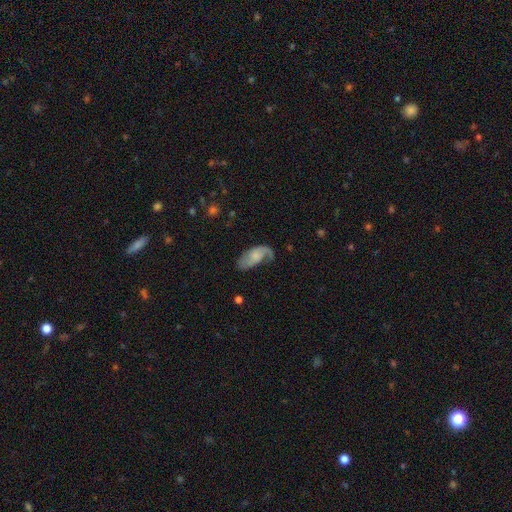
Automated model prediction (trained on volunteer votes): Smooth or featured?
  - featured or disk: 58% *
  - smooth: 35%
  - star or artifact: 7%
Edge-on disk?
  - no: 94% *
  - yes: 6%
Bar?
  - no: 64% *
  - weak: 30%
  - strong: 6%
Spiral arms?
  - yes: 87% *
  - no: 13%
Bulge size?
  - none: 33% *
  - small: 30%
  - moderate: 24%
  - large: 10%
  - dominant: 2%
Merging?
  - none: 44% *
  - major disturbance: 27%
  - minor disturbance: 26%
  - merger: 3%